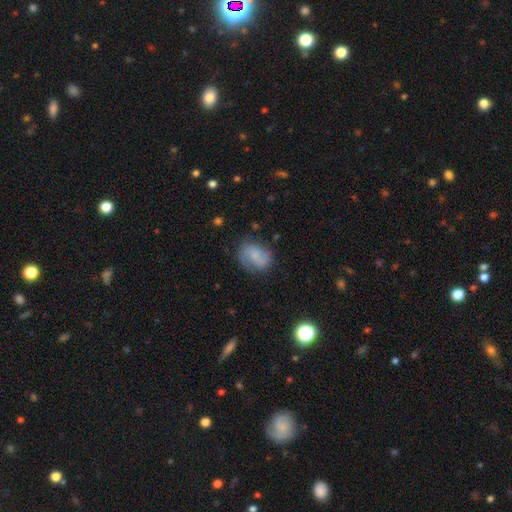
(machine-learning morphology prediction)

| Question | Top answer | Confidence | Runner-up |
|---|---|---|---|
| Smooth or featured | featured or disk | 51% | smooth (40%) |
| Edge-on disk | no | 97% | yes (3%) |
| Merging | none | 69% | minor disturbance (20%) |